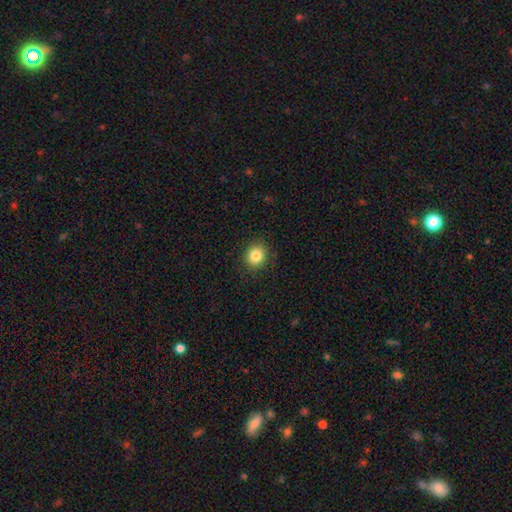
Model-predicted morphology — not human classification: Smooth or featured: smooth — 84% (star or artifact — 10%)
How rounded: round — 83% (in between — 16%)
Merging: none — 90% (minor disturbance — 7%)